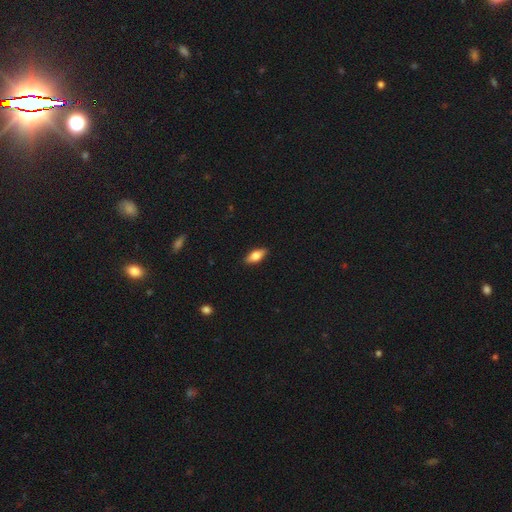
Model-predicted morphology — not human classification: Smooth or featured? Predicted: smooth (p=0.71). How rounded? Predicted: in between (p=0.79). Merging? Predicted: none (p=0.89).